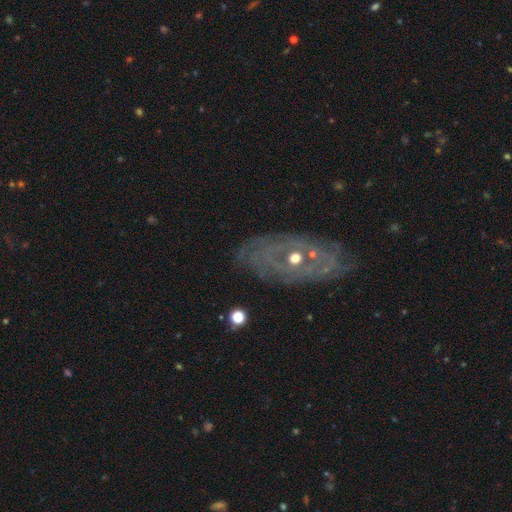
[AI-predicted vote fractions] Smooth or featured? featured or disk (79%)
Edge-on disk? no (92%)
Bar? no (78%)
Spiral arms? yes (73%)
Spiral winding? tight (72%)
Spiral arm count? can't tell (52%)
Bulge size? moderate (52%)
Merging? none (74%)